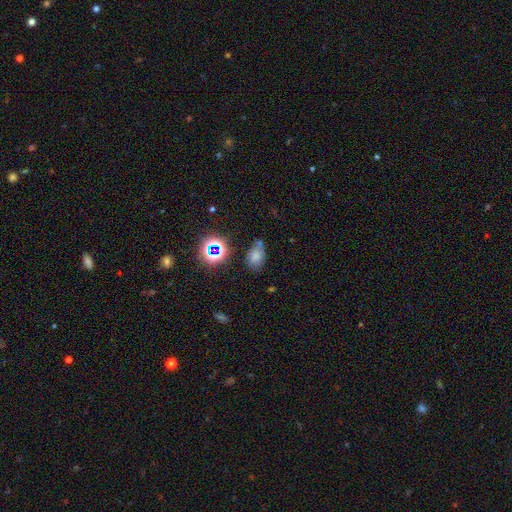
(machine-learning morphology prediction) Smooth or featured? smooth (65%)
How rounded? in between (77%)
Merging? none (52%)